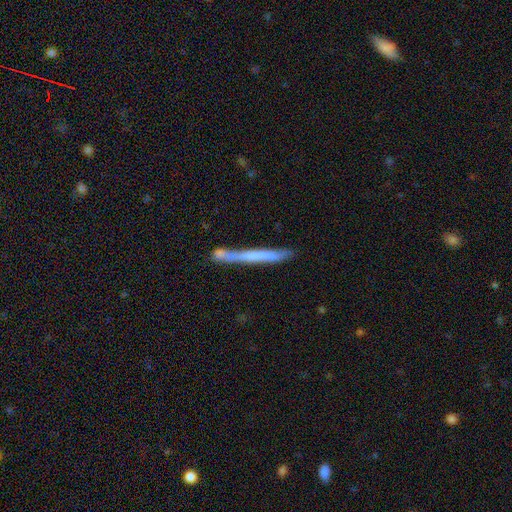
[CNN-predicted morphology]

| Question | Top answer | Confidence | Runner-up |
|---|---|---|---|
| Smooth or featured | featured or disk | 47% | tied: smooth (47%) |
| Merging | none | 69% | minor disturbance (16%) |